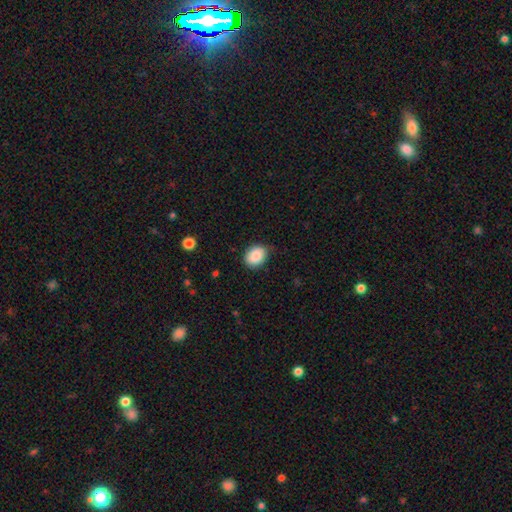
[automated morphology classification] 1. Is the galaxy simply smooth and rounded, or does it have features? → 86% smooth, 7% star or artifact, 6% featured or disk.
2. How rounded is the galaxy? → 59% in between, 40% round, 1% cigar-shaped.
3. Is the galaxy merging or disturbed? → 79% none, 17% minor disturbance, 3% major disturbance, 1% merger.